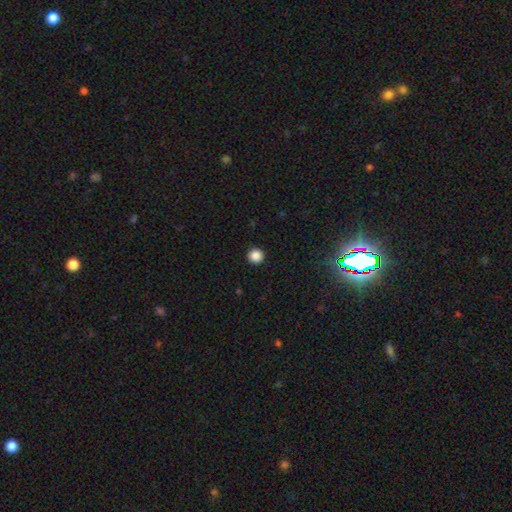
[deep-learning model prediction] Smooth or featured: smooth — 87% (star or artifact — 10%)
How rounded: round — 96% (in between — 3%)
Merging: none — 94% (minor disturbance — 4%)